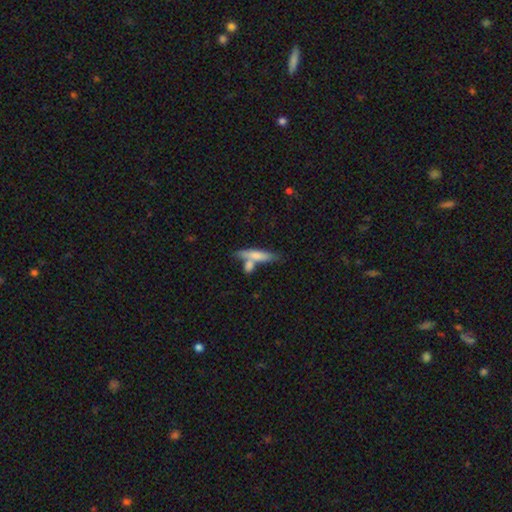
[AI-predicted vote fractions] This is likely a smooth galaxy (67%). How rounded: likely cigar-shaped (74%). Merging: possibly none (47%).